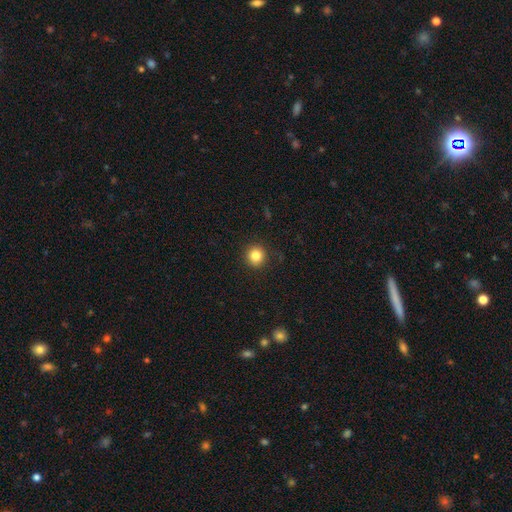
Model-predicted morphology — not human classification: This is clearly a smooth galaxy (83%). How rounded: clearly round (94%). Merging: clearly none (91%).